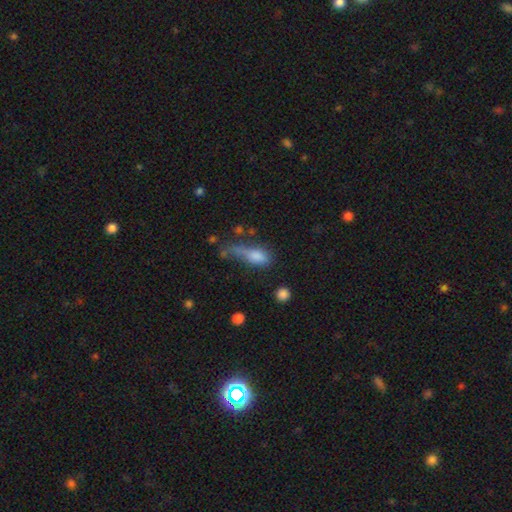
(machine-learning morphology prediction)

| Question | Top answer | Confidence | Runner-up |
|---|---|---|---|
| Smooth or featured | smooth | 73% | featured or disk (16%) |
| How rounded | in between | 66% | cigar-shaped (26%) |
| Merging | major disturbance | 34% | none (27%) |